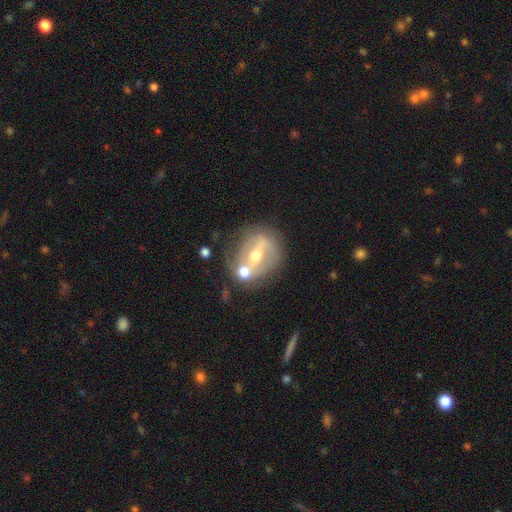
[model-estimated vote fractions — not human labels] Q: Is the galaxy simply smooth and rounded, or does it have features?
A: featured or disk — 70%.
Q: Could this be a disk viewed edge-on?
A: no — 90%.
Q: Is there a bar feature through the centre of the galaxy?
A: strong — 52%.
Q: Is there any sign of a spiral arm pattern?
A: no — 61%.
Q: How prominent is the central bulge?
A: moderate — 69%.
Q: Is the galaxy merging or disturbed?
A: none — 53%.